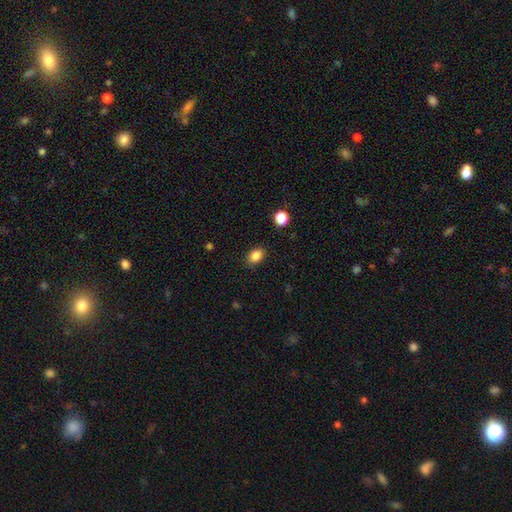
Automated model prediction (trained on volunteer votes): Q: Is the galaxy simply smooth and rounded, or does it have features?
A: smooth — 85%.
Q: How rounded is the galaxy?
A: in between — 72%.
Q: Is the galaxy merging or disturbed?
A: none — 87%.